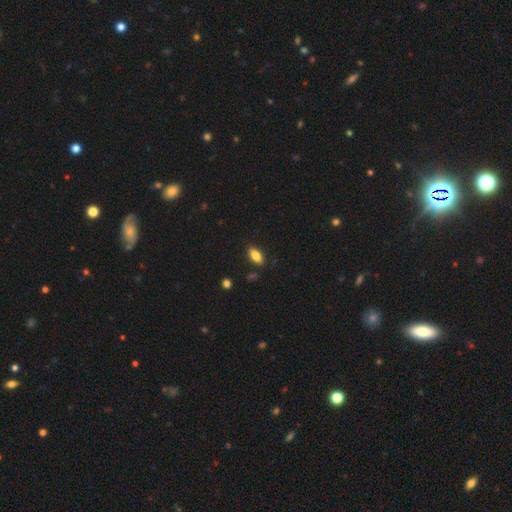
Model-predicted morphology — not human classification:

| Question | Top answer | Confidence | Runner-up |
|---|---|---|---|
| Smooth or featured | smooth | 81% | featured or disk (11%) |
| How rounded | in between | 84% | cigar-shaped (14%) |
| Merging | none | 87% | minor disturbance (9%) |